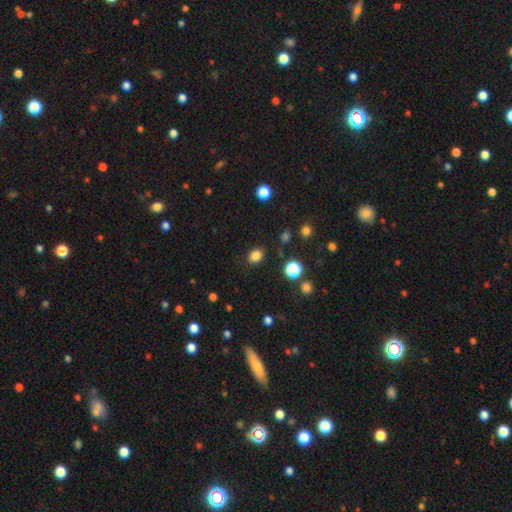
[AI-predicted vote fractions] Smooth or featured?
  - smooth: 82% *
  - star or artifact: 13%
  - featured or disk: 4%
How rounded?
  - in between: 51% *
  - round: 48%
  - cigar-shaped: 1%
Merging?
  - none: 86% *
  - minor disturbance: 9%
  - major disturbance: 3%
  - merger: 2%